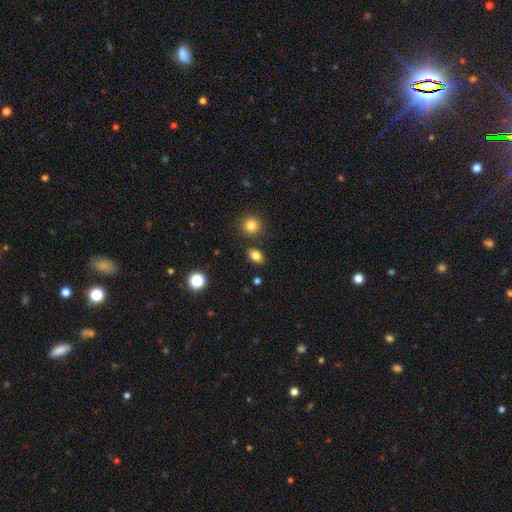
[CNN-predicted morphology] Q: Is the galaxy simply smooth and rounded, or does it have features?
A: smooth — 81%.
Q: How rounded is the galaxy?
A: in between — 78%.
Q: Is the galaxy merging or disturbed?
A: none — 83%.